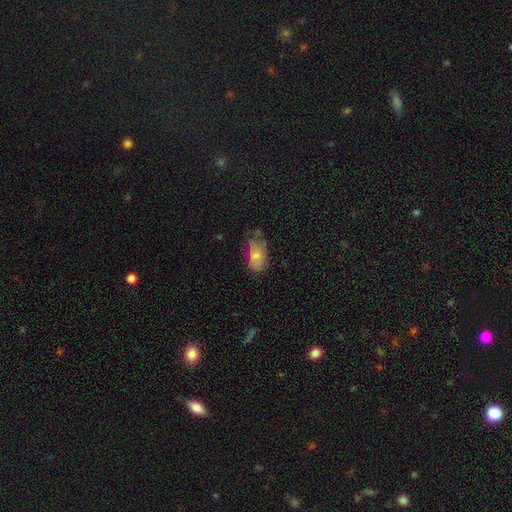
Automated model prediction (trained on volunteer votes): smooth 69%, featured or disk 22%, star or artifact 8%. Down the decision tree: how rounded — in between (91%); merging — none (39%).